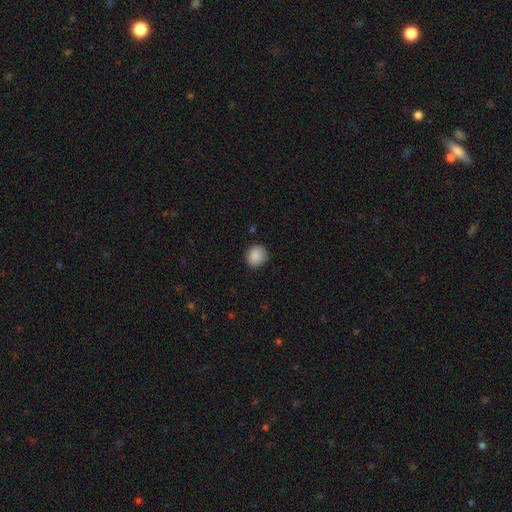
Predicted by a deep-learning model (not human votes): Smooth or featured? Predicted: smooth (p=0.89). How rounded? Predicted: round (p=0.86). Merging? Predicted: none (p=0.86).